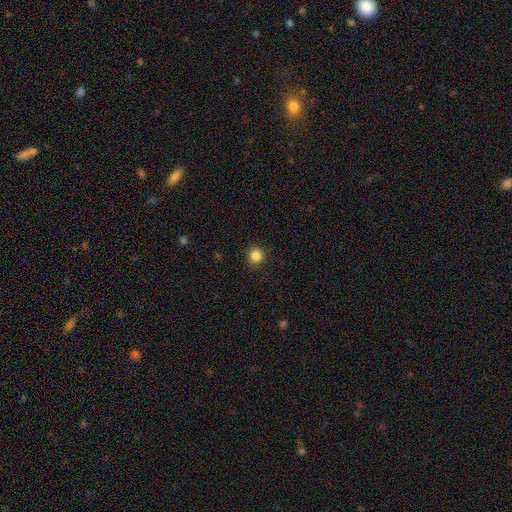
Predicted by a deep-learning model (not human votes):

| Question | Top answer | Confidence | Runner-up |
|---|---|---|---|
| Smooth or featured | smooth | 85% | star or artifact (11%) |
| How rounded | round | 92% | in between (7%) |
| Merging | none | 90% | minor disturbance (7%) |